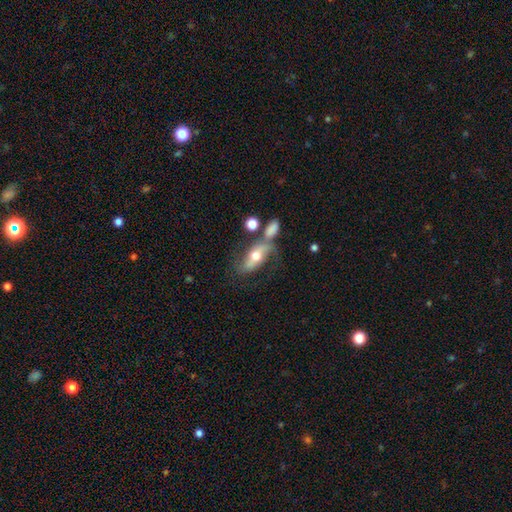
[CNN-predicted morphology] This appears to be a featured or disk galaxy (50%). Merging: none (44%).